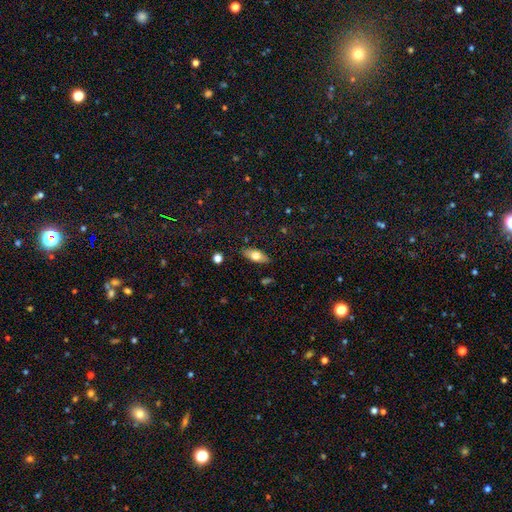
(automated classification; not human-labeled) Morphology: type=smooth (68%); roundness=in between (82%); merging=none (85%).